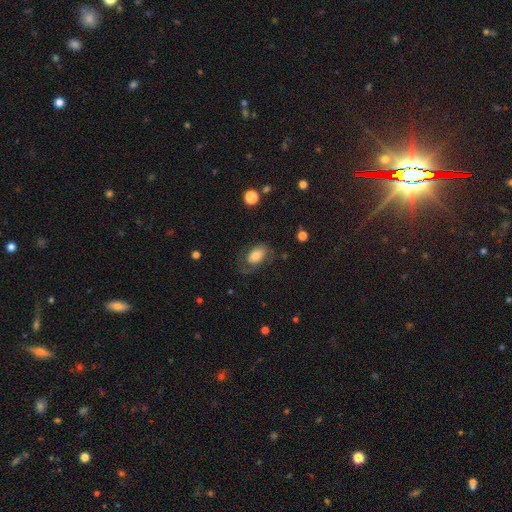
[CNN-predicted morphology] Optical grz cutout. It shows a smooth galaxy with no disk features (54%) that is in between round and cigar-shaped (87%). Merging: none (55%).